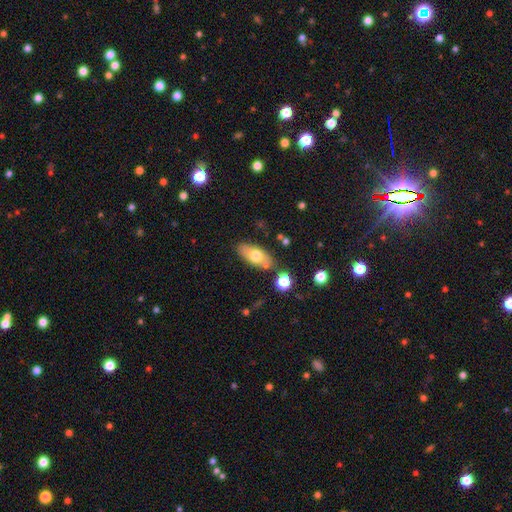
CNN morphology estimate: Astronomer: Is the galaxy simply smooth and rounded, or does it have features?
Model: smooth — 64%.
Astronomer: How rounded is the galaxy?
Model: in between — 86%.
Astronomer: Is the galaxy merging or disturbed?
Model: none — 77%.